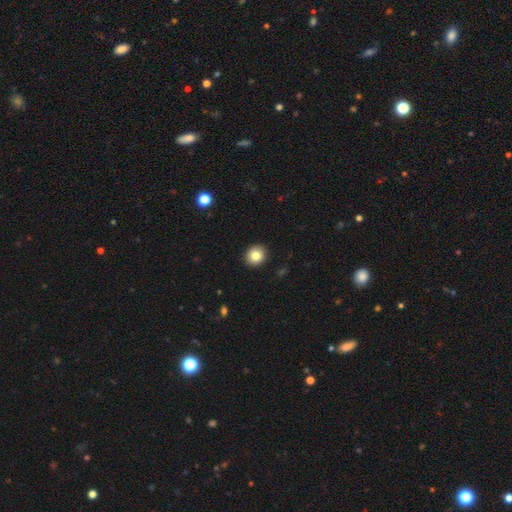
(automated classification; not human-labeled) Smooth or featured?
  - smooth: 82% *
  - star or artifact: 10%
  - featured or disk: 8%
How rounded?
  - round: 79% *
  - in between: 20%
  - cigar-shaped: 1%
Merging?
  - none: 91% *
  - minor disturbance: 6%
  - major disturbance: 2%
  - merger: 1%